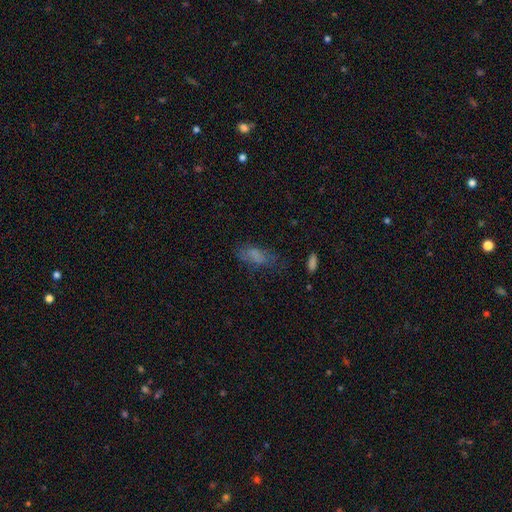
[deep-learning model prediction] Overall: smooth (66%). How rounded: in between (76%). Merging: none (53%; minor disturbance 25%).